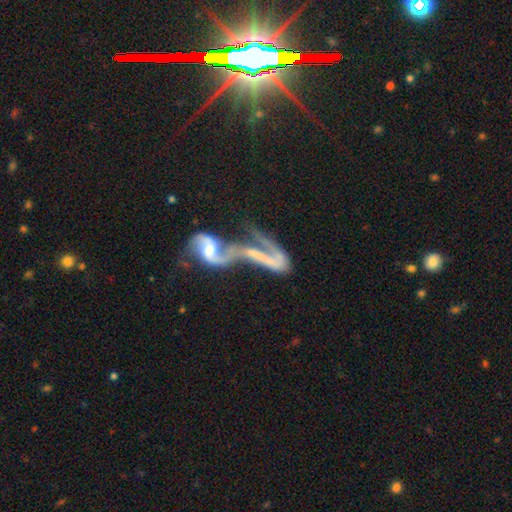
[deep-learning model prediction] Smooth or featured?
  - featured or disk: 50% *
  - star or artifact: 32%
  - smooth: 19%
Merging?
  - merger: 61% *
  - none: 19%
  - major disturbance: 11%
  - minor disturbance: 9%